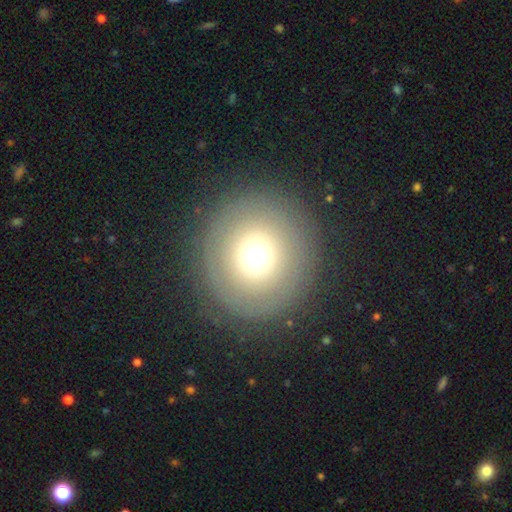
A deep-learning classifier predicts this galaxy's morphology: Smooth or featured: smooth — 66% (featured or disk — 20%)
How rounded: round — 94% (in between — 5%)
Merging: none — 88% (minor disturbance — 7%)